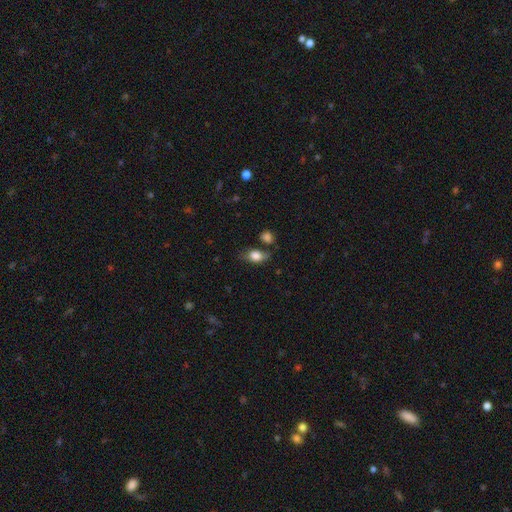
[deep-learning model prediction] smooth_or_featured: smooth (p=0.74) [alt: featured or disk p=0.17]
how_rounded: in between (p=0.76) [alt: round p=0.19]
merging: none (p=0.58) [alt: minor disturbance p=0.25]